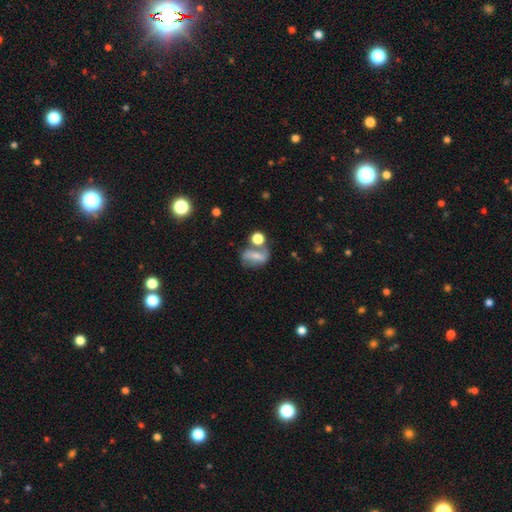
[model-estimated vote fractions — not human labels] Overall: smooth (46%; featured or disk 43%). Merging: none (43%; merger 27%).